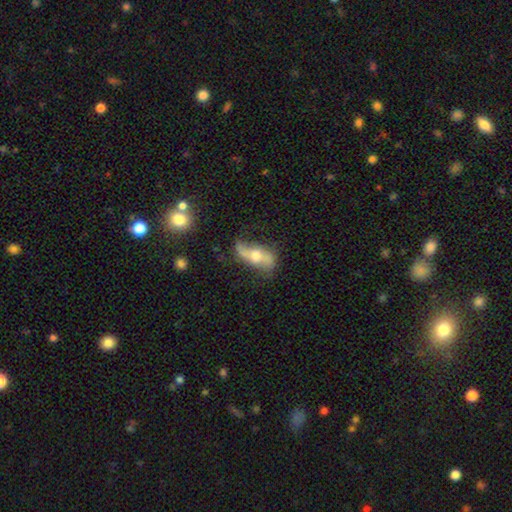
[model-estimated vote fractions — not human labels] featured or disk 66%, smooth 26%, star or artifact 8%. Down the decision tree: edge-on disk — no (82%); bar — no (54%); spiral arms — yes (83%); bulge size — moderate (62%); merging — none (57%).